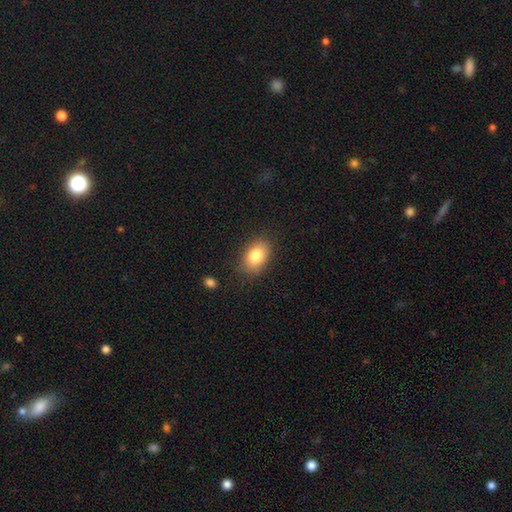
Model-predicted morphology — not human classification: Smooth or featured? smooth (82%)
How rounded? in between (82%)
Merging? none (83%)